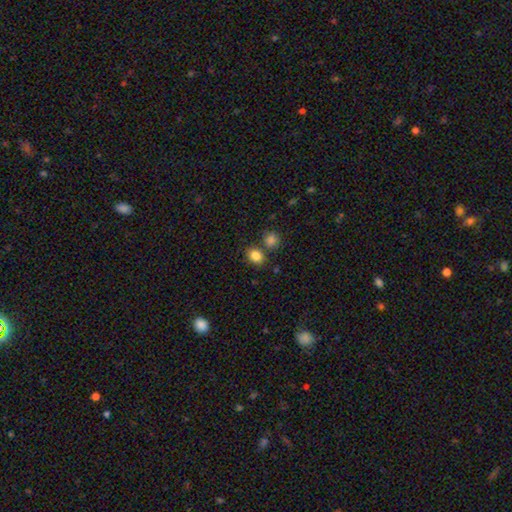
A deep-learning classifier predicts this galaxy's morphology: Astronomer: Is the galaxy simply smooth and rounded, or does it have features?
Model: smooth — 84%.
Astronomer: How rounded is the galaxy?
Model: round — 51% (runner-up: in between, 48%).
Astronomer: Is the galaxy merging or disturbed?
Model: none — 73%.